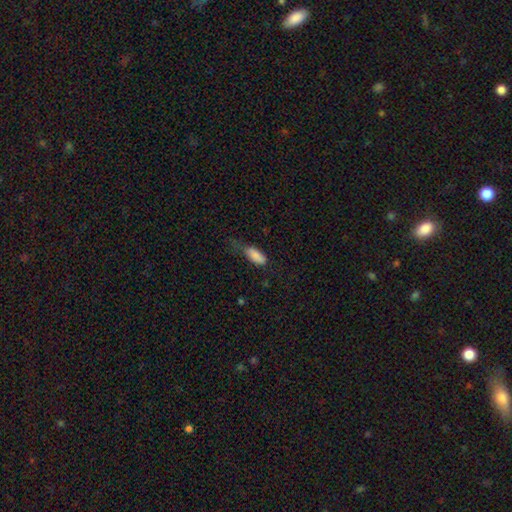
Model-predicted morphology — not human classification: A smooth galaxy with no disk features (86%) that is in between round and cigar-shaped (83%). Merging: minor disturbance (39%).